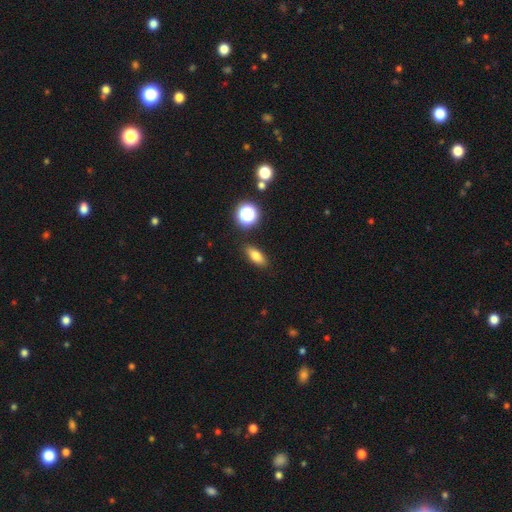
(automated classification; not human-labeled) Smooth or featured? Predicted: smooth (p=0.76). How rounded? Predicted: in between (p=0.74). Merging? Predicted: none (p=0.87).